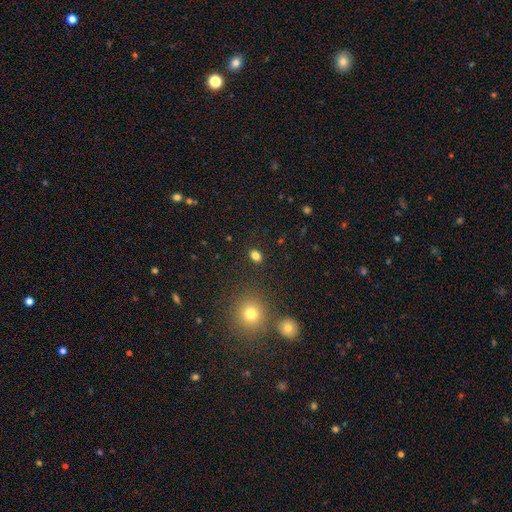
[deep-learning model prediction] This is clearly a smooth galaxy (80%). How rounded: likely in between (64%). Merging: clearly none (86%).